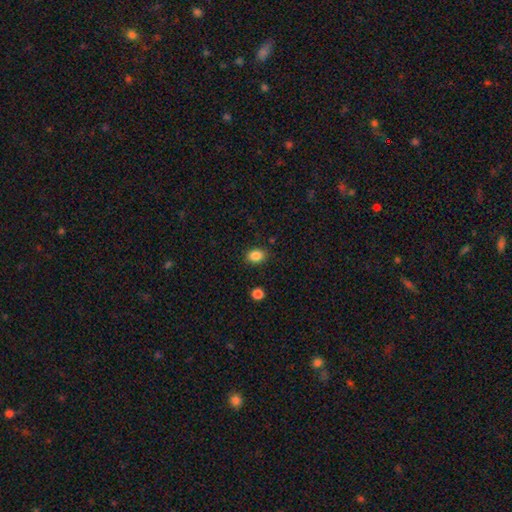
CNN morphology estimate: smooth 86%, star or artifact 10%, featured or disk 4%. Down the decision tree: how rounded — in between (62%); merging — none (86%).